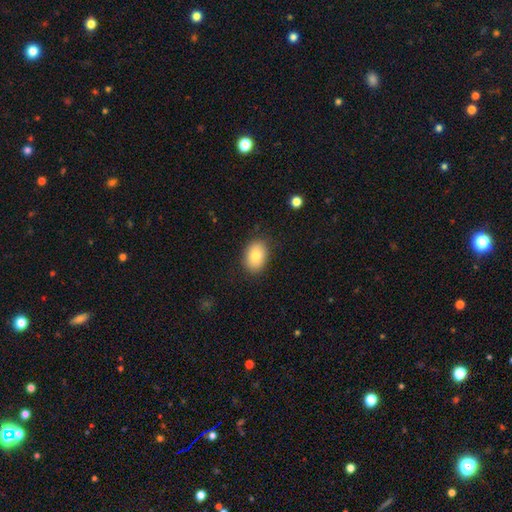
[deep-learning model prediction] Q: Smooth or featured?
A: smooth (83%); runner-up: featured or disk (9%)
Q: How rounded?
A: in between (81%); runner-up: round (18%)
Q: Merging?
A: none (85%); runner-up: minor disturbance (11%)